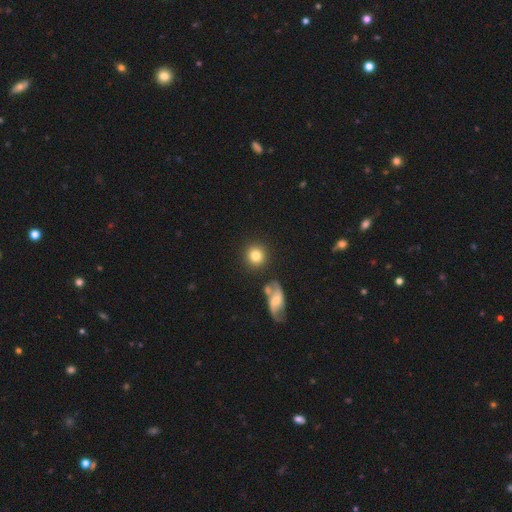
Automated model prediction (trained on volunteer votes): Smooth or featured: smooth — 80% (featured or disk — 11%)
How rounded: round — 91% (in between — 8%)
Merging: none — 81% (minor disturbance — 9%)